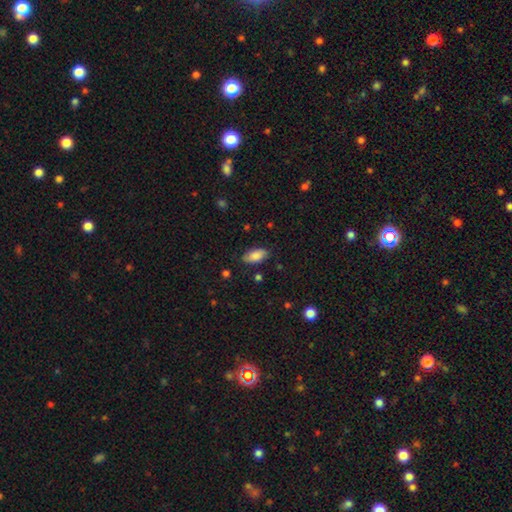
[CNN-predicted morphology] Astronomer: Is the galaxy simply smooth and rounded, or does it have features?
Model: smooth — 81%.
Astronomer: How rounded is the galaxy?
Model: in between — 93%.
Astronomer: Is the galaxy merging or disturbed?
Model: none — 80%.